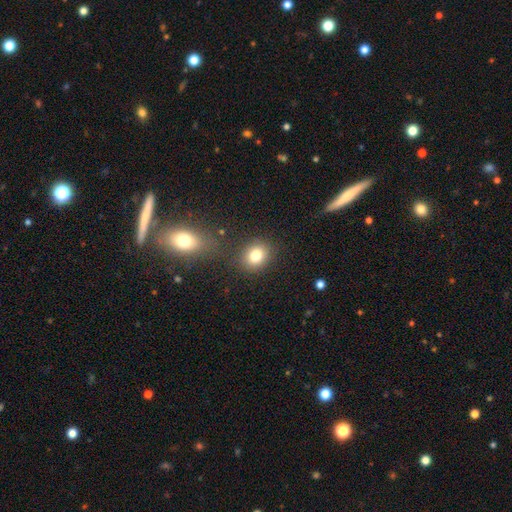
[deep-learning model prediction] smooth-or-featured: smooth: 80% | star or artifact: 11% | featured or disk: 9%
  how-rounded: round: 63% | in between: 36% | cigar-shaped: 1%
  merging: none: 79% | minor disturbance: 11% | merger: 6% | major disturbance: 4%